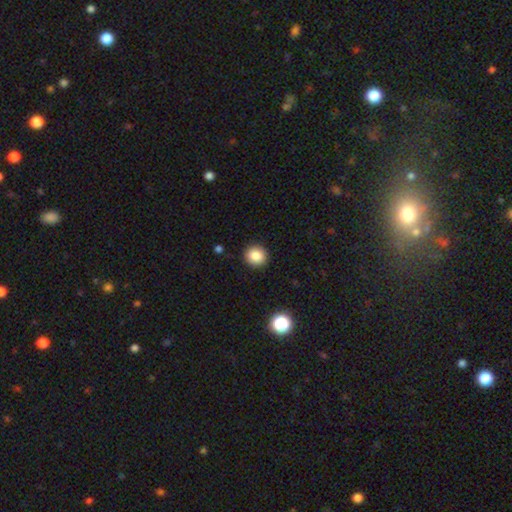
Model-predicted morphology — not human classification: type=smooth (85%); roundness=round (91%); merging=none (92%).